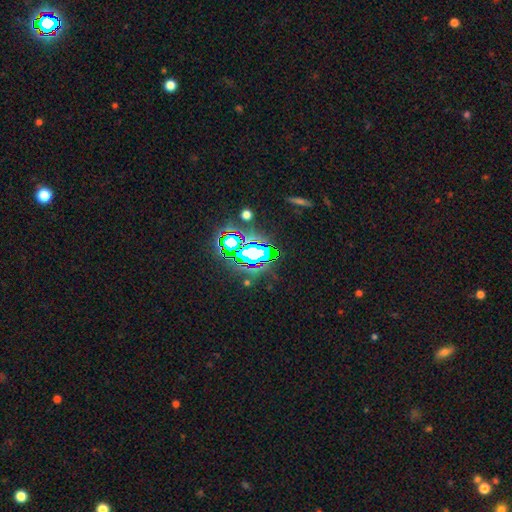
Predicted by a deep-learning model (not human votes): Overall: star or artifact (67%).